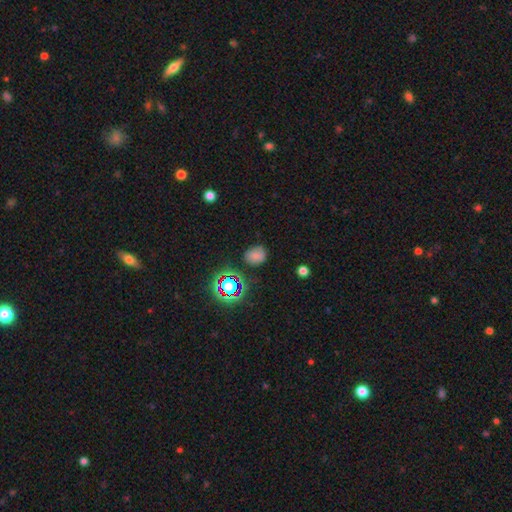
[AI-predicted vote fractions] smooth-or-featured: smooth: 69% | star or artifact: 21% | featured or disk: 9%
  how-rounded: round: 51% | in between: 48% | cigar-shaped: 1%
  merging: none: 73% | minor disturbance: 18% | major disturbance: 6% | merger: 2%